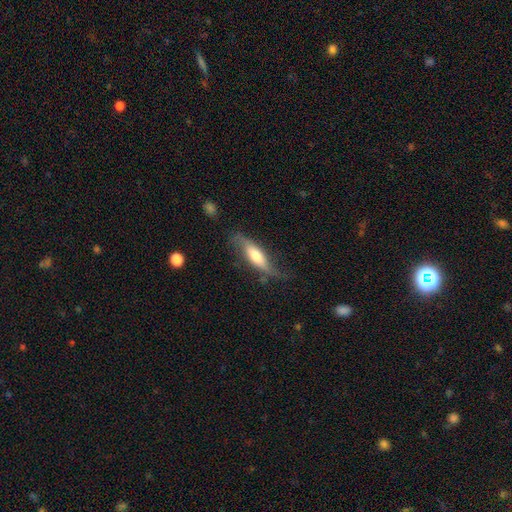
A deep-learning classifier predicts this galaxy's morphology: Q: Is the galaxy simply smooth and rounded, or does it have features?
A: featured or disk — 48%.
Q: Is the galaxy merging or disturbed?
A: none — 54%.